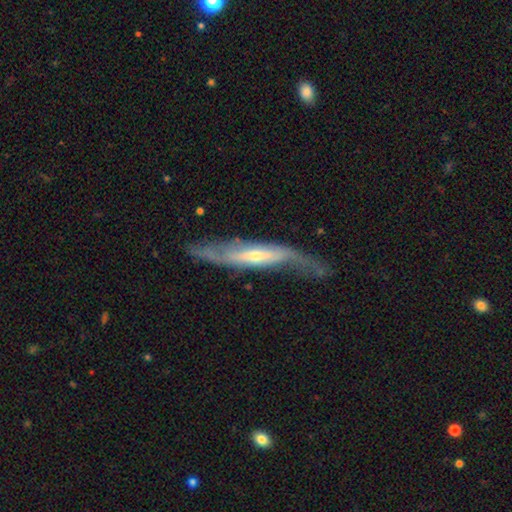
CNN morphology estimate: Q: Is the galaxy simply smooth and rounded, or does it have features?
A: featured or disk — 79%.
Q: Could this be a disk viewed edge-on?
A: yes — 50%, tied with no.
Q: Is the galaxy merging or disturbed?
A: none — 57%.